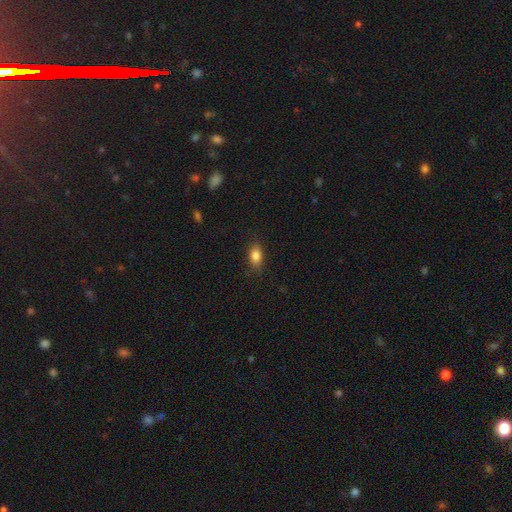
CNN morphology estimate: Smooth or featured? Predicted: smooth (p=0.83). How rounded? Predicted: in between (p=0.81). Merging? Predicted: none (p=0.83).